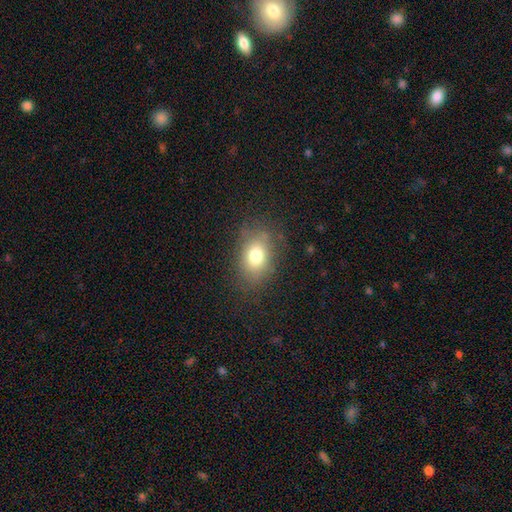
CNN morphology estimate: A smooth galaxy with no disk features (76%) that is in between round and cigar-shaped (73%).

Vote fractions:
- Smooth or featured? smooth: 76% / featured or disk: 13% / star or artifact: 11%
- How rounded? in between: 73% / round: 26% / cigar-shaped: 1%
- Merging? none: 77% / minor disturbance: 15% / major disturbance: 7% / merger: 1%